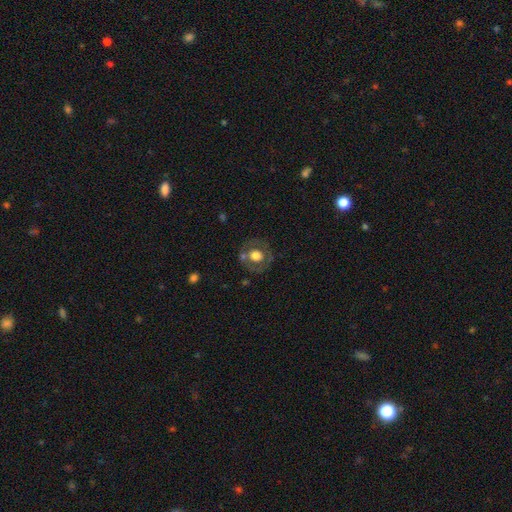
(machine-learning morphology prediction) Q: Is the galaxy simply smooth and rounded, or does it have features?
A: smooth — 53%.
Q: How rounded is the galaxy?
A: round — 84%.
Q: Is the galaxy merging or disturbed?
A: none — 74%.